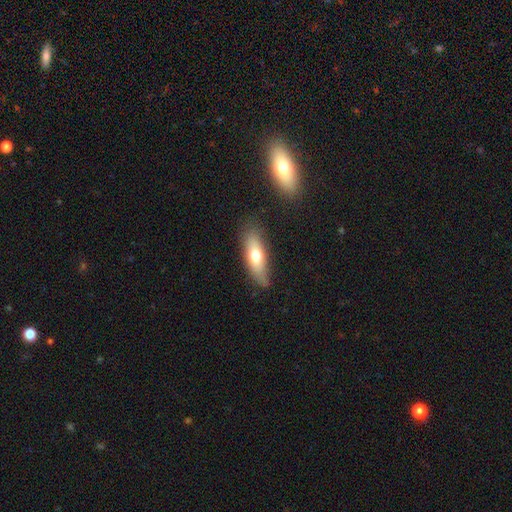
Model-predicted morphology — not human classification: Q: Smooth or featured?
A: smooth (64%); runner-up: featured or disk (29%)
Q: How rounded?
A: in between (54%); runner-up: cigar-shaped (43%)
Q: Merging?
A: none (80%); runner-up: minor disturbance (15%)